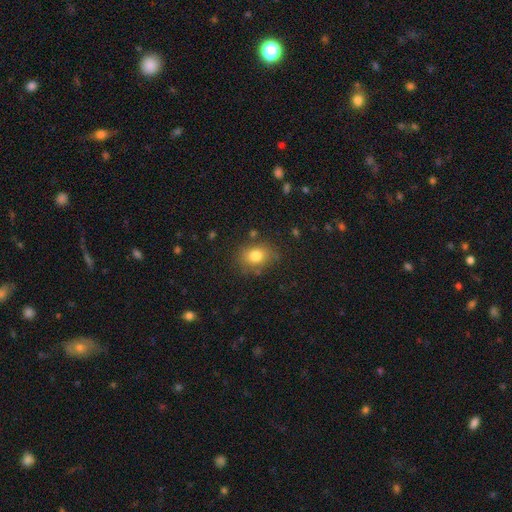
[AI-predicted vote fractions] smooth-or-featured: smooth: 80% | star or artifact: 10% | featured or disk: 10%
  how-rounded: in between: 57% | round: 42% | cigar-shaped: 1%
  merging: none: 75% | minor disturbance: 17% | major disturbance: 5% | merger: 3%